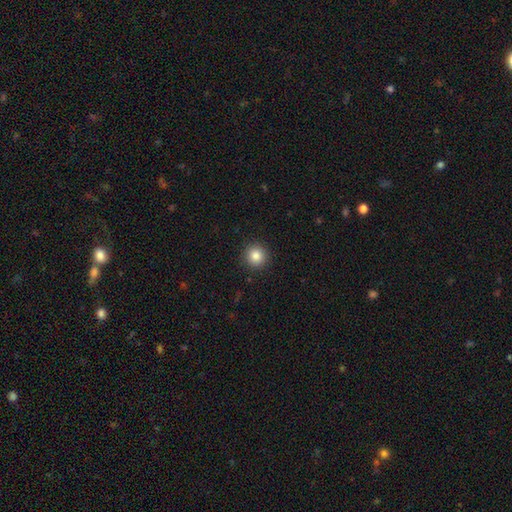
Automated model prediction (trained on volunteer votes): This appears to be a smooth galaxy with no disk features (85%) that is round (95%). Merging: none (92%).